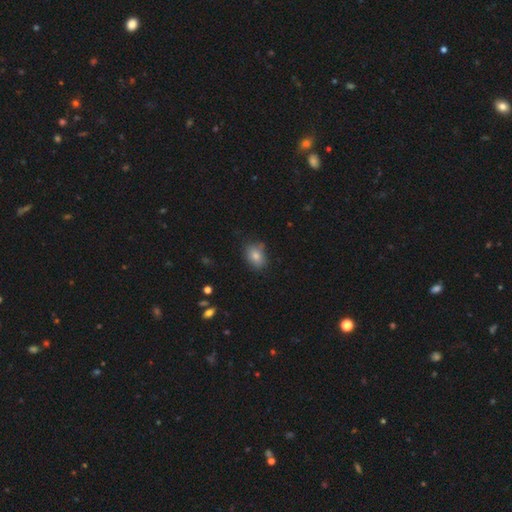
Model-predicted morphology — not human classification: smooth 80%, featured or disk 10%, star or artifact 10%. Down the decision tree: how rounded — in between (71%); merging — none (72%).